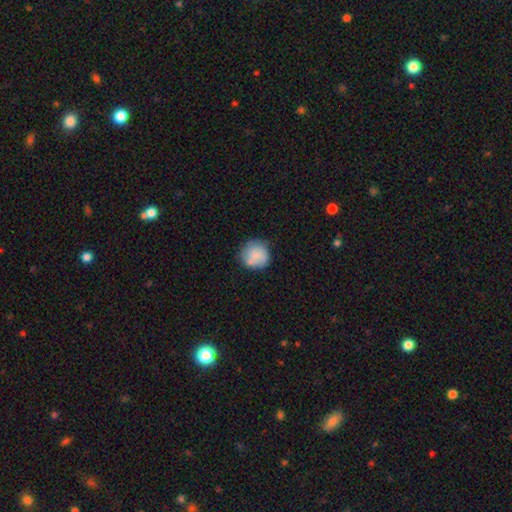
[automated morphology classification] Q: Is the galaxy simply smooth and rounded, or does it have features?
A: smooth — 77%.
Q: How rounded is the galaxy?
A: round — 88%.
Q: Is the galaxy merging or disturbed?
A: none — 64%.